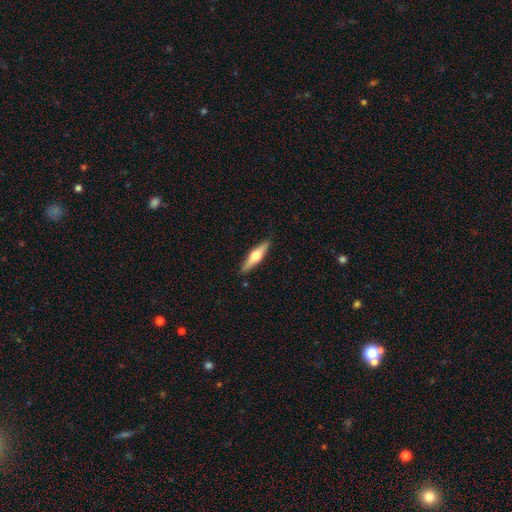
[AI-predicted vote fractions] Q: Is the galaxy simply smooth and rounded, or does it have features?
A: featured or disk — 55%.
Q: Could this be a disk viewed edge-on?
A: yes — 95%.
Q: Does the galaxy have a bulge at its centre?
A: rounded — 94%.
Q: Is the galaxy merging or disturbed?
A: none — 89%.